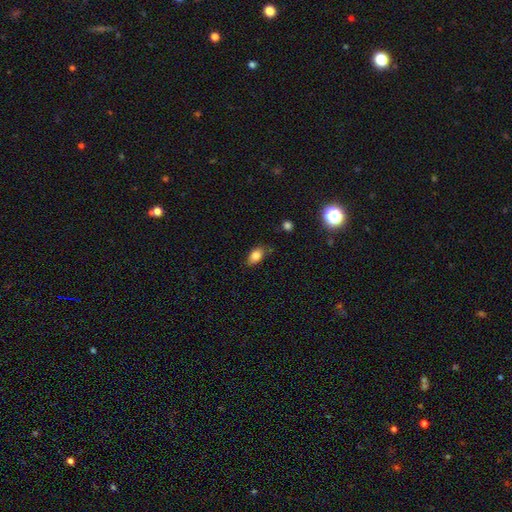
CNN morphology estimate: smooth-or-featured: smooth: 82% | star or artifact: 9% | featured or disk: 9%
  how-rounded: in between: 87% | round: 10% | cigar-shaped: 3%
  merging: none: 76% | minor disturbance: 18% | major disturbance: 3% | merger: 3%